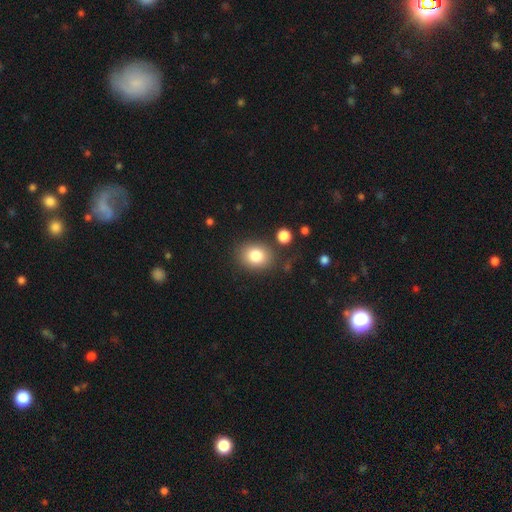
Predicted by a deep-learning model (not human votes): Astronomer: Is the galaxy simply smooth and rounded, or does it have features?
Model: smooth — 82%.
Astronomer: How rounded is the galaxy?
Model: round — 53% (runner-up: in between, 46%).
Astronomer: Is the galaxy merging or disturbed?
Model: none — 82%.